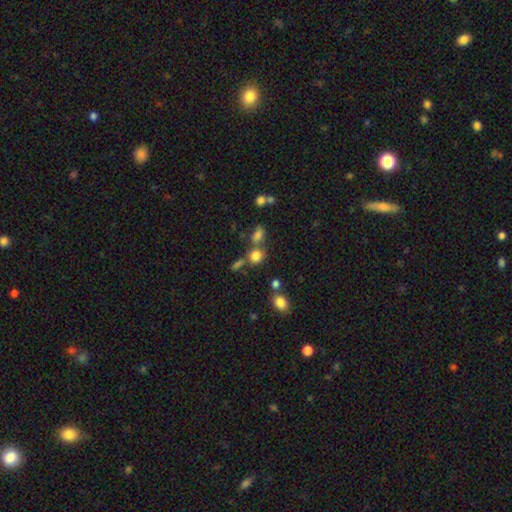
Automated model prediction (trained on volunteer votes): A smooth galaxy with no disk features (77%) that is round (74%).

Vote fractions:
- Smooth or featured? smooth: 77% / star or artifact: 15% / featured or disk: 8%
- How rounded? round: 74% / in between: 24% / cigar-shaped: 2%
- Merging? none: 56% / merger: 28% / minor disturbance: 11% / major disturbance: 5%